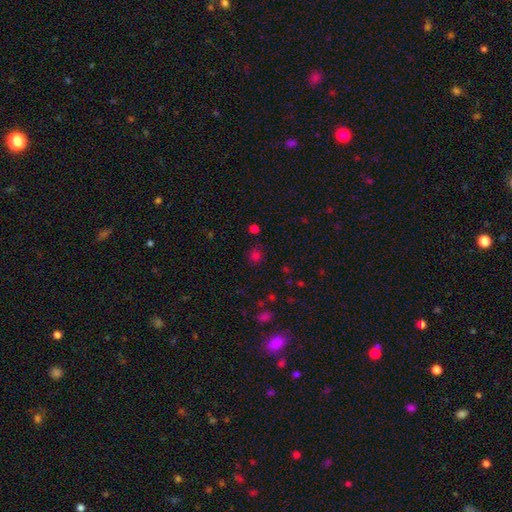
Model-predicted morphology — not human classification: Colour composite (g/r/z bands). It shows a smooth galaxy with no disk features (68%) that is round (79%). Merging: none (78%).